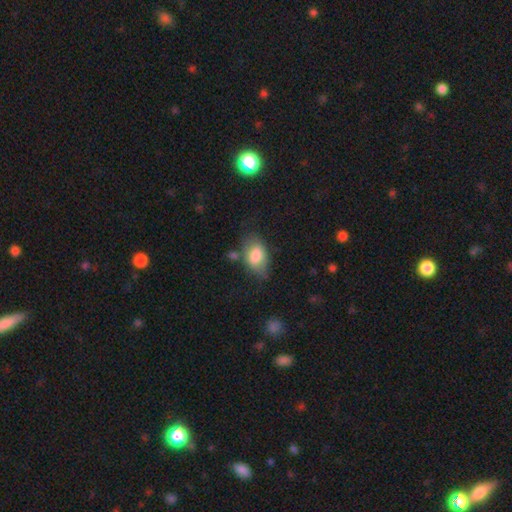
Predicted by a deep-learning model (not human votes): This appears to be a smooth galaxy with no disk features (78%) that is in between round and cigar-shaped (90%). Merging: none (54%).